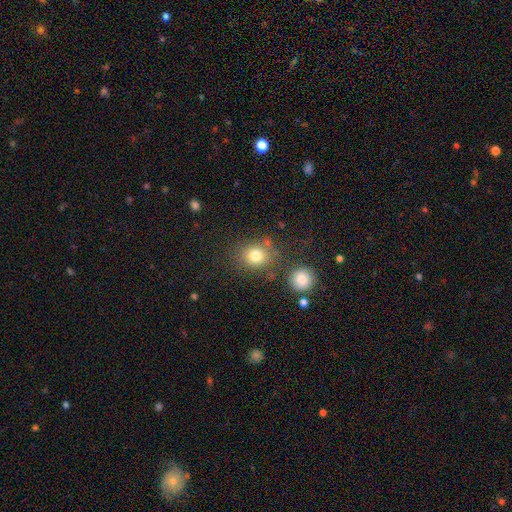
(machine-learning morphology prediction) Smooth or featured? smooth (78%)
How rounded? round (74%)
Merging? none (74%)